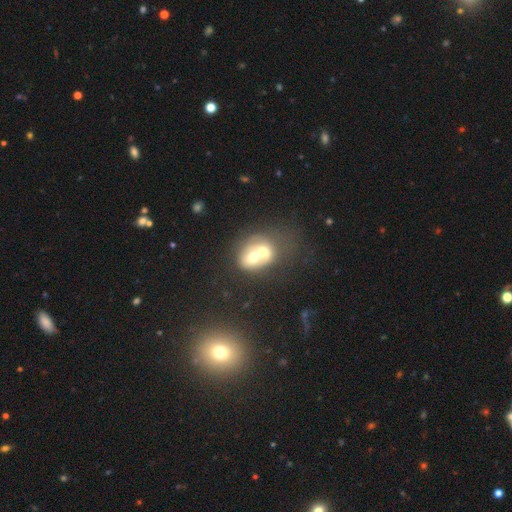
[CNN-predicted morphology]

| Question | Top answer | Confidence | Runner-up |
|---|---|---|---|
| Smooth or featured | smooth | 55% | featured or disk (35%) |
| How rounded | round | 54% | in between (45%) |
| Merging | merger | 75% | none (14%) |